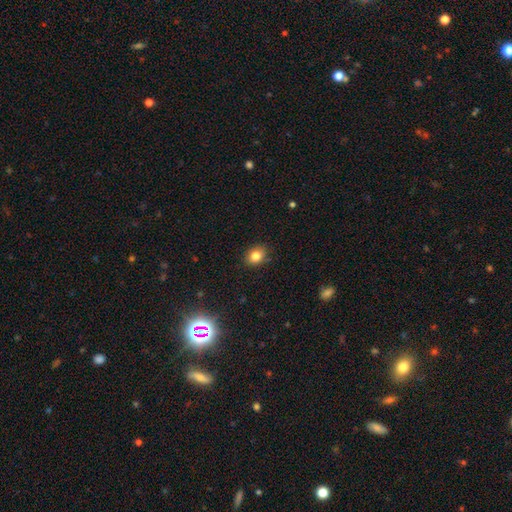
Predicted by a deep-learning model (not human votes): Morphology: type=smooth (82%); roundness=round (52%); merging=none (87%).